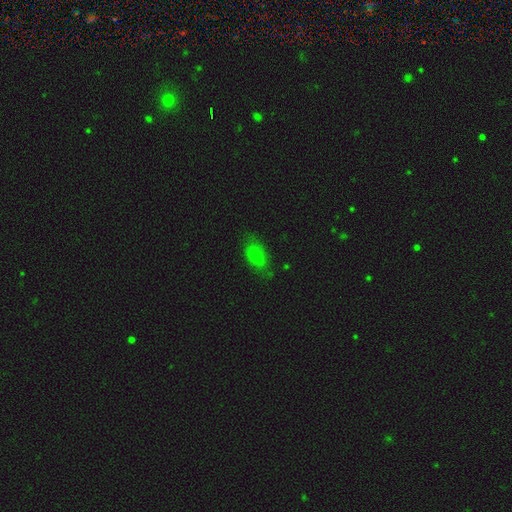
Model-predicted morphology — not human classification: smooth-or-featured: smooth: 77% | star or artifact: 13% | featured or disk: 10%
  how-rounded: in between: 87% | cigar-shaped: 9% | round: 5%
  merging: none: 61% | minor disturbance: 27% | major disturbance: 10% | merger: 2%